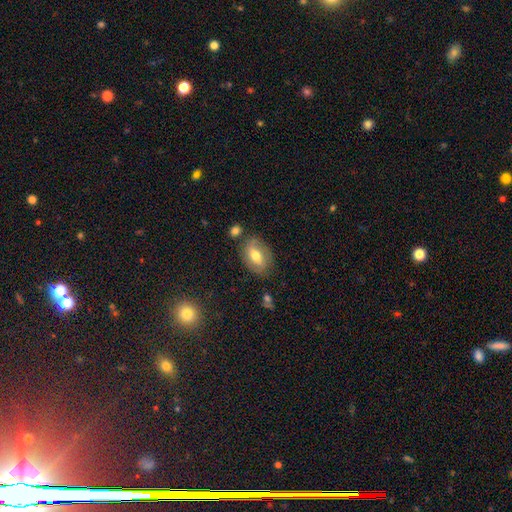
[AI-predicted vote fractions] Overall: smooth (52%; featured or disk 40%). How rounded: in between (78%). Merging: none (76%).